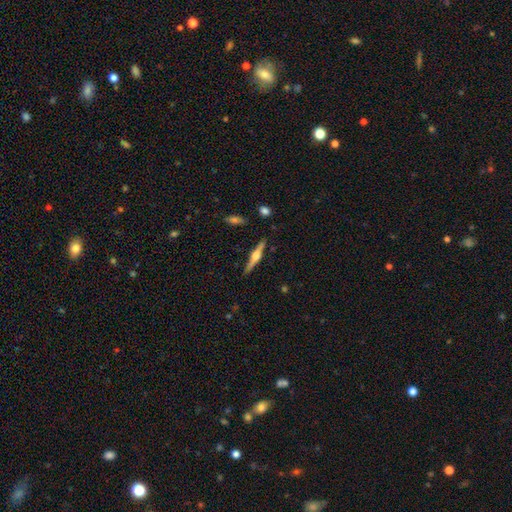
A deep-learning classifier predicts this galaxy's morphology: Q: Smooth or featured?
A: featured or disk (77%); runner-up: smooth (17%)
Q: Edge-on disk?
A: yes (98%); runner-up: no (2%)
Q: Edge-on bulge?
A: rounded (93%); runner-up: boxy (5%)
Q: Merging?
A: none (89%); runner-up: minor disturbance (7%)